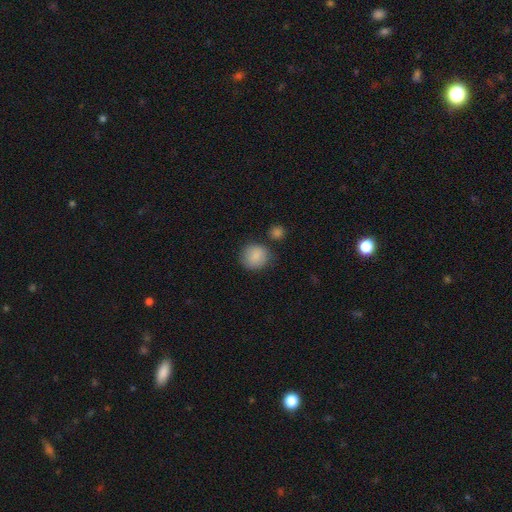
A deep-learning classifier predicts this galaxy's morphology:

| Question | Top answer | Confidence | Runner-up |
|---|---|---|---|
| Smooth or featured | smooth | 87% | star or artifact (8%) |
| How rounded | round | 85% | in between (14%) |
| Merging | none | 75% | minor disturbance (13%) |